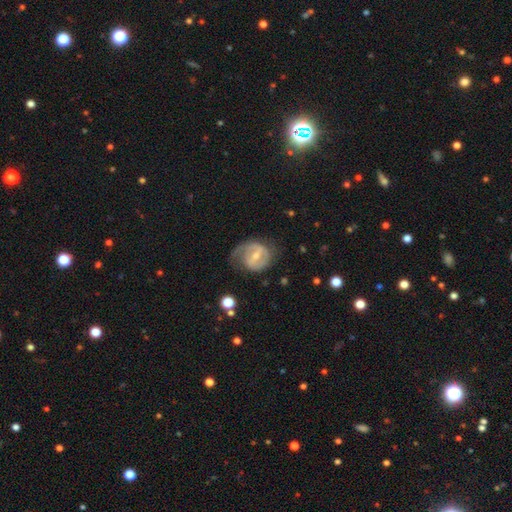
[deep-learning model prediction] Smooth or featured? Predicted: featured or disk (p=0.72). Edge-on disk? Predicted: no (p=0.97). Bar? Predicted: weak (p=0.48). Spiral arms? Predicted: yes (p=0.80). Spiral winding? Predicted: medium (p=0.43). Spiral arm count? Predicted: 2 (p=0.65). Bulge size? Predicted: moderate (p=0.50). Merging? Predicted: none (p=0.52).